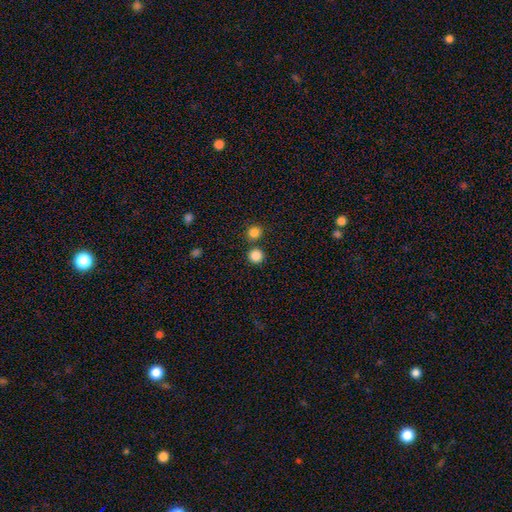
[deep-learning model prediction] smooth 85%, star or artifact 12%, featured or disk 3%. Down the decision tree: how rounded — round (94%); merging — none (78%).